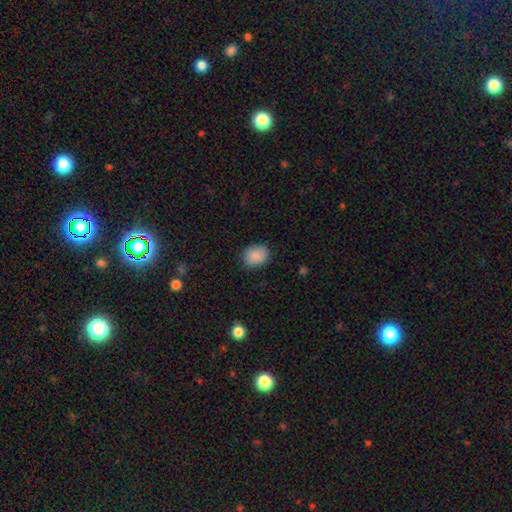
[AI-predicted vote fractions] smooth-or-featured: smooth: 88% | star or artifact: 8% | featured or disk: 4%
  how-rounded: in between: 53% | round: 47% | cigar-shaped: 1%
  merging: none: 84% | minor disturbance: 12% | major disturbance: 3% | merger: 1%